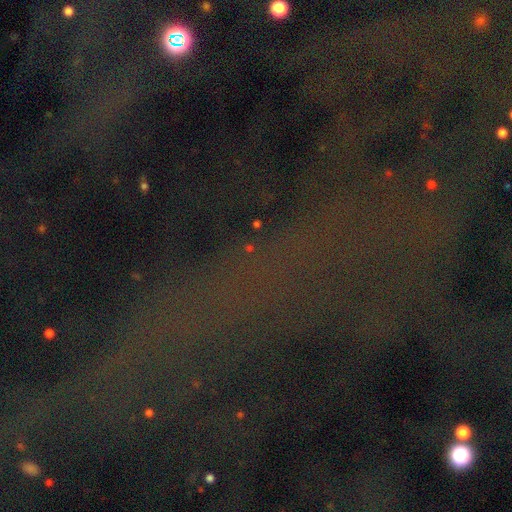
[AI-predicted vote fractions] Smooth or featured? star or artifact (77%)